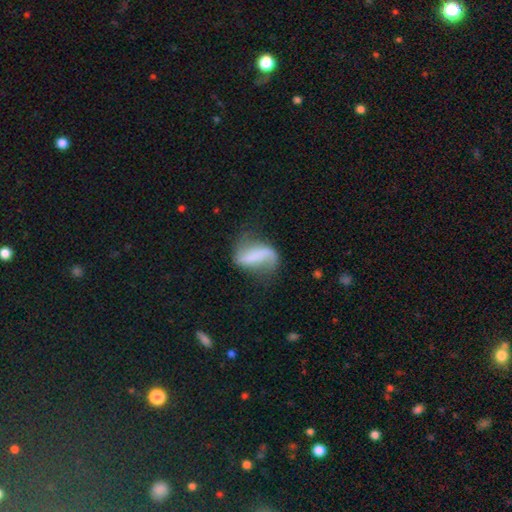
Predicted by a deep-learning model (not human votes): Q: Smooth or featured?
A: featured or disk (63%); runner-up: smooth (29%)
Q: Edge-on disk?
A: no (94%); runner-up: yes (6%)
Q: Bar?
A: strong (49%); runner-up: weak (27%)
Q: Spiral arms?
A: yes (84%); runner-up: no (16%)
Q: Bulge size?
A: none (60%); runner-up: small (20%)
Q: Merging?
A: none (50%); runner-up: minor disturbance (24%)